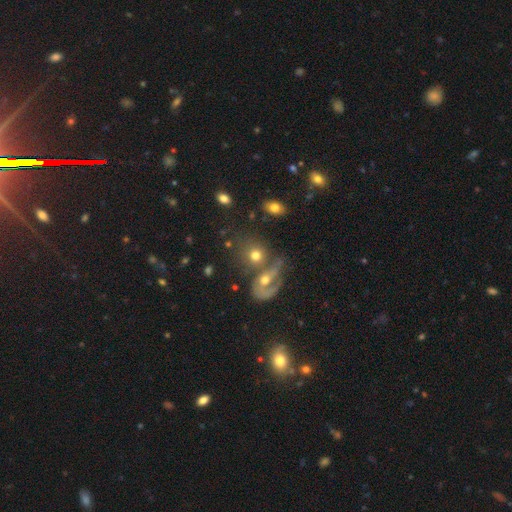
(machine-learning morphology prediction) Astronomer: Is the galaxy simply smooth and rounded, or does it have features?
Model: smooth — 62%.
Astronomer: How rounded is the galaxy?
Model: round — 70%.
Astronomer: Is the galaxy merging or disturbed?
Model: merger — 43% (runner-up: none, 36%).